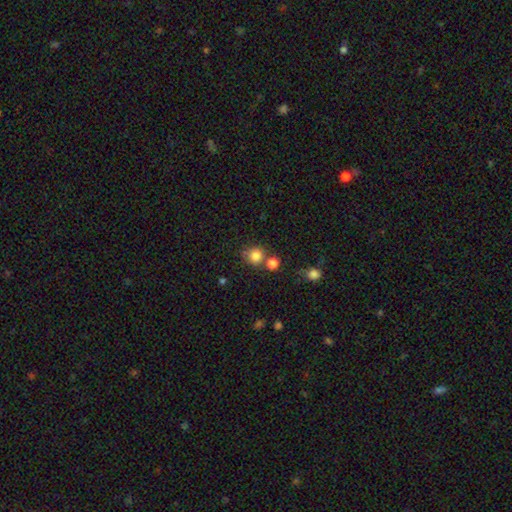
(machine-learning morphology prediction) Smooth or featured?
  - smooth: 82% *
  - star or artifact: 12%
  - featured or disk: 6%
How rounded?
  - round: 88% *
  - in between: 11%
  - cigar-shaped: 1%
Merging?
  - none: 66% *
  - merger: 19%
  - minor disturbance: 10%
  - major disturbance: 4%